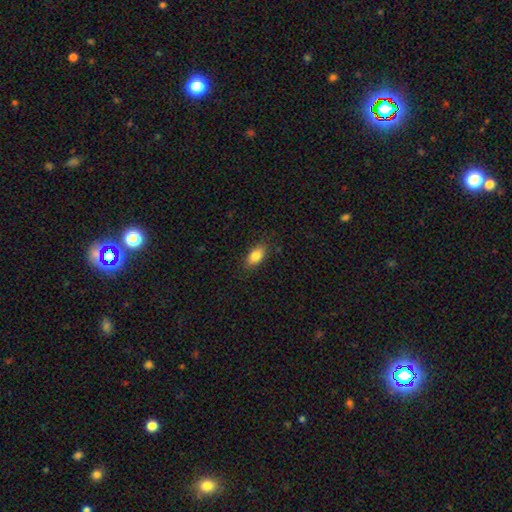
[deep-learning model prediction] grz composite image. It shows a smooth galaxy with no disk features (84%) that is in between round and cigar-shaped (90%). Merging: none (85%).